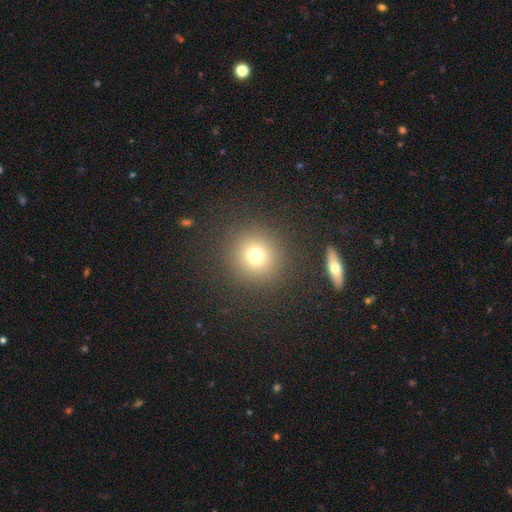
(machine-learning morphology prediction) Overall: smooth (72%). How rounded: round (94%). Merging: none (89%).